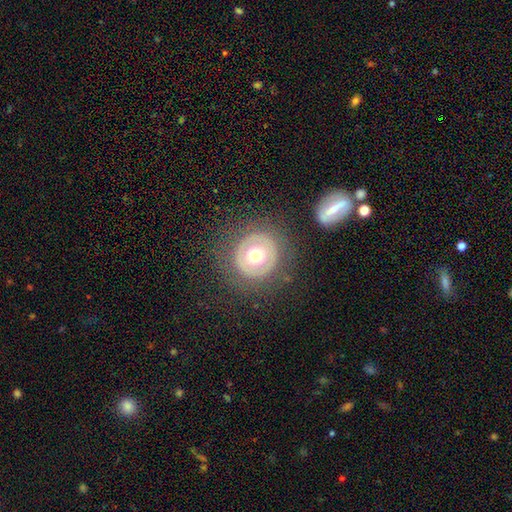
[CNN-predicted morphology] smooth 50%, featured or disk 40%, star or artifact 10%. Down the decision tree: how rounded — round (91%); merging — none (81%).